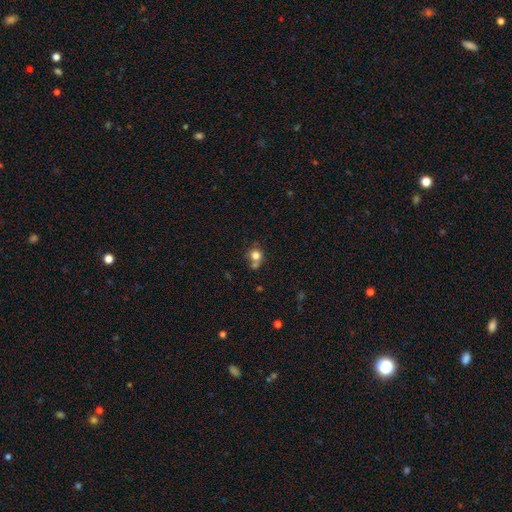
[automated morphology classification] Smooth or featured? Predicted: smooth (p=0.78). How rounded? Predicted: round (p=0.84). Merging? Predicted: none (p=0.50).